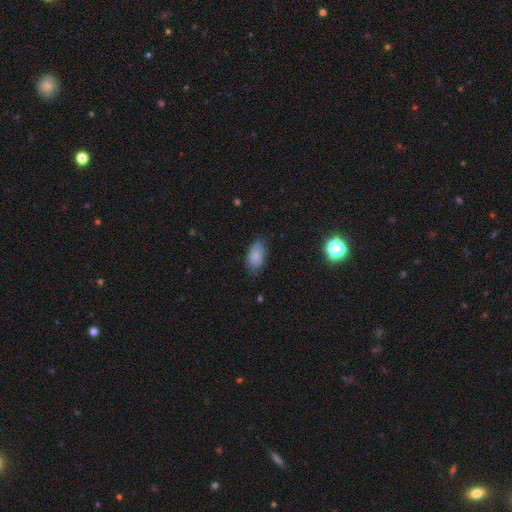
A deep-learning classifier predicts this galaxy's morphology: A smooth galaxy with no disk features (83%) that is in between round and cigar-shaped (93%).

Vote fractions:
- Smooth or featured? smooth: 83% / featured or disk: 9% / star or artifact: 8%
- How rounded? in between: 93% / round: 4% / cigar-shaped: 3%
- Merging? none: 77% / minor disturbance: 18% / major disturbance: 4% / merger: 1%